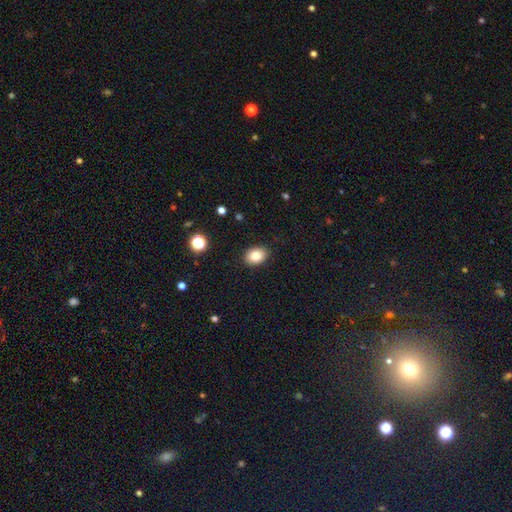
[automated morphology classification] Q: Smooth or featured?
A: smooth (83%); runner-up: star or artifact (10%)
Q: How rounded?
A: in between (72%); runner-up: round (27%)
Q: Merging?
A: none (89%); runner-up: minor disturbance (8%)